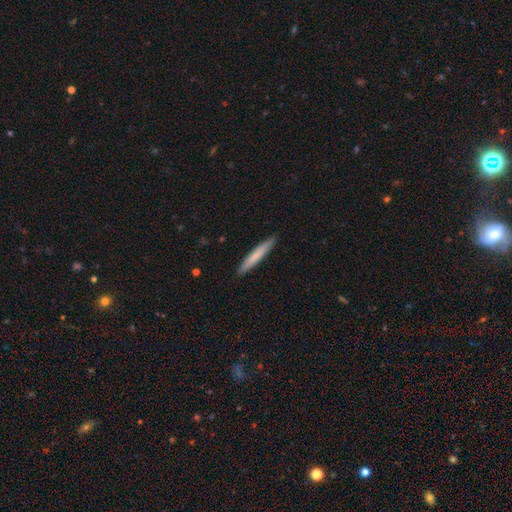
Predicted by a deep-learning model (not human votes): smooth_or_featured: smooth (p=0.72) [alt: featured or disk p=0.23]
how_rounded: cigar-shaped (p=0.95) [alt: in between p=0.03]
merging: none (p=0.92) [alt: minor disturbance p=0.06]